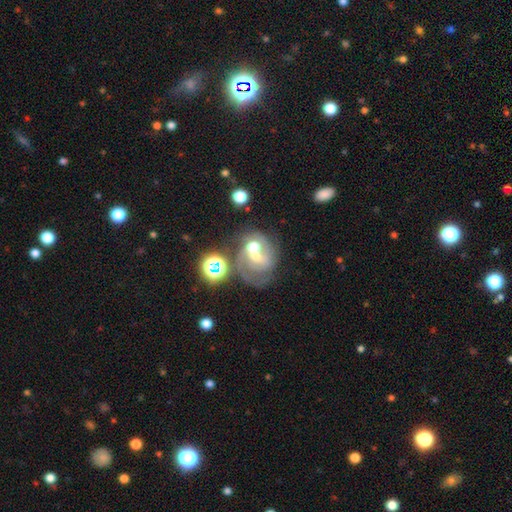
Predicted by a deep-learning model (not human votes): A featured or disk galaxy (60%) with no bar (52%), spiral arms (75%) and a moderate central bulge (54%).

Vote fractions:
- Smooth or featured? featured or disk: 60% / smooth: 22% / star or artifact: 18%
- Edge-on disk? no: 97% / yes: 3%
- Bar? no: 52% / weak: 35% / strong: 13%
- Spiral arms? yes: 75% / no: 25%
- Bulge size? moderate: 54% / small: 30% / large: 7% / none: 6% / dominant: 2%
- Merging? merger: 43% / none: 30% / major disturbance: 14% / minor disturbance: 12%